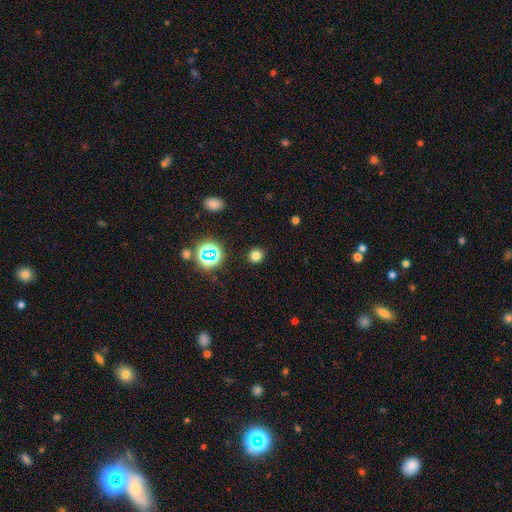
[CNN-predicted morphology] Smooth or featured? Predicted: smooth (p=0.75). How rounded? Predicted: round (p=0.87). Merging? Predicted: none (p=0.90).